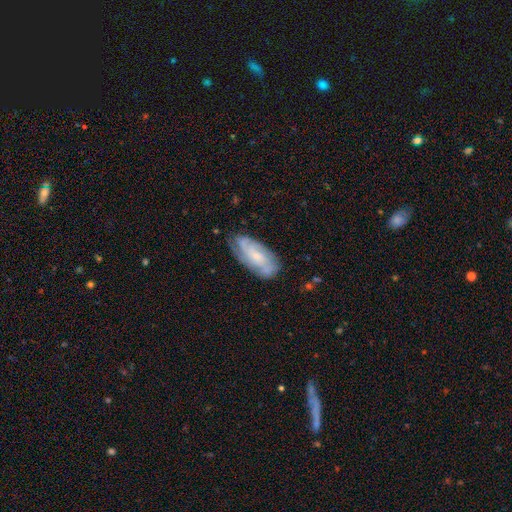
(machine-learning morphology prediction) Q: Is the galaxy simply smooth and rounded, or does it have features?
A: featured or disk — 67%.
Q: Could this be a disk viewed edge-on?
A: no — 92%.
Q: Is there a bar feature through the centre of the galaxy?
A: no — 64%.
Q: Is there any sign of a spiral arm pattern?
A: yes — 89%.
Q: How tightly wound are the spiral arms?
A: tight — 50%.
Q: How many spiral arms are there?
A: can't tell — 39%.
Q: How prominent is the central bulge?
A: small — 60%.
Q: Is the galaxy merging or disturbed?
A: none — 69%.